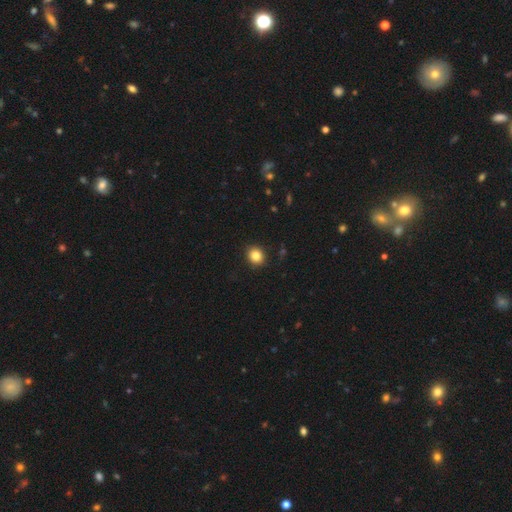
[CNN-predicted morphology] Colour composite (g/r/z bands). It shows a smooth galaxy with no disk features (85%) that is round (76%). Merging: none (90%).